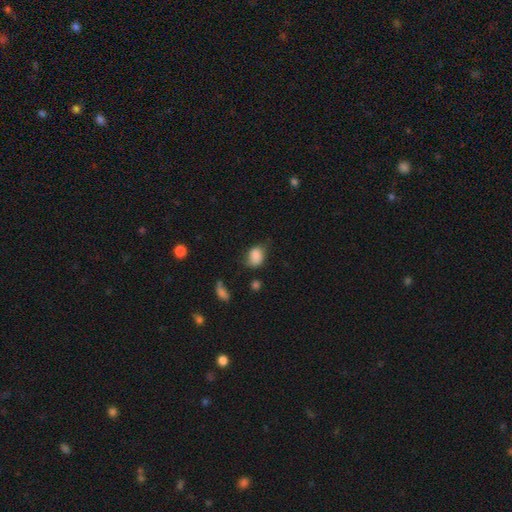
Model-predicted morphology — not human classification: Overall: smooth (84%). How rounded: in between (69%). Merging: none (51%; minor disturbance 34%).